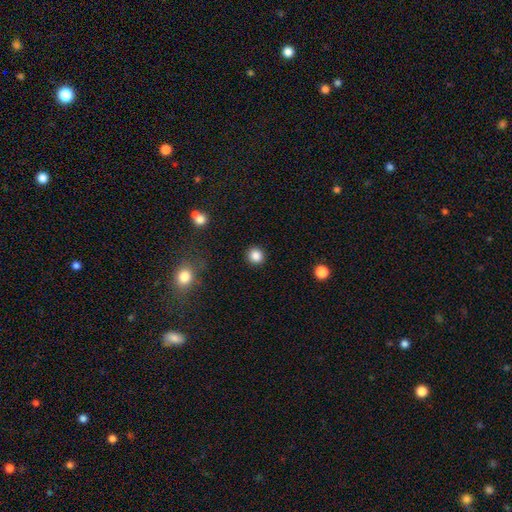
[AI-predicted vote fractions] This is clearly a smooth galaxy (86%). How rounded: clearly round (91%). Merging: clearly none (91%).